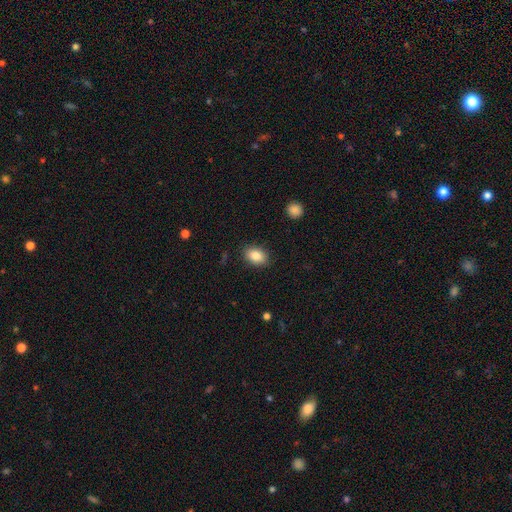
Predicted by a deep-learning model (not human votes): smooth-or-featured: smooth: 86% | star or artifact: 8% | featured or disk: 6%
  how-rounded: in between: 82% | round: 17% | cigar-shaped: 1%
  merging: none: 87% | minor disturbance: 10% | major disturbance: 2% | merger: 1%